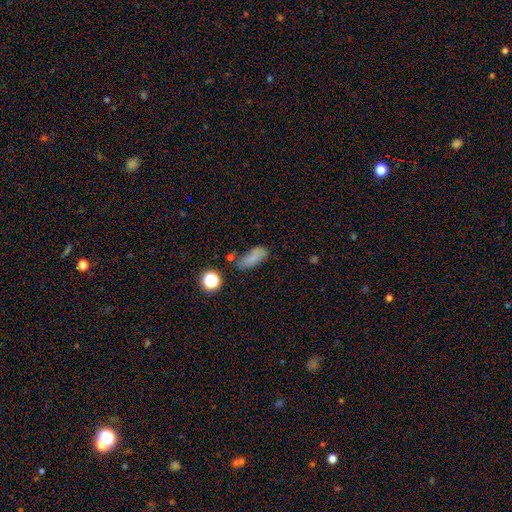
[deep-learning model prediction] Smooth or featured: smooth — 75% (star or artifact — 15%)
How rounded: in between — 78% (cigar-shaped — 16%)
Merging: none — 59% (minor disturbance — 23%)